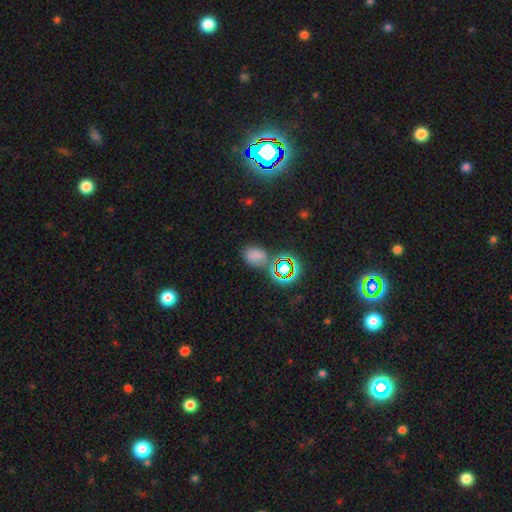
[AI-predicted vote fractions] Smooth or featured? Predicted: smooth (p=0.62). How rounded? Predicted: in between (p=0.73). Merging? Predicted: none (p=0.64).